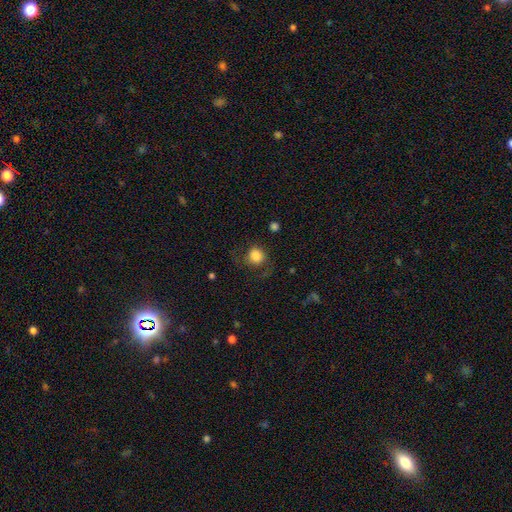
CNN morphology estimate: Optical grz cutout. It shows a smooth galaxy with no disk features (81%) that is round (81%). Merging: none (61%).